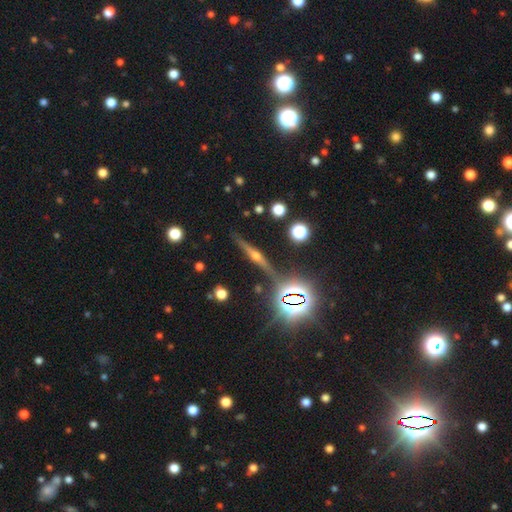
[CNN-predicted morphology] Overall: featured or disk (68%). Edge-on disk: yes (96%). Edge-on bulge: rounded (91%). Merging: none (85%).